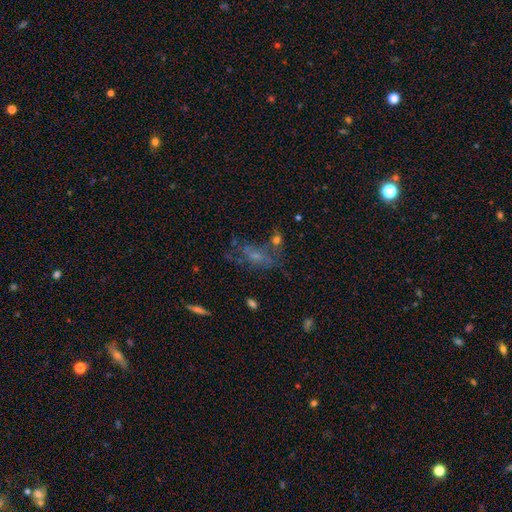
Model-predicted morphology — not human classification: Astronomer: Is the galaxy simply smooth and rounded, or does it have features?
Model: featured or disk — 44% (runner-up: smooth, 36%).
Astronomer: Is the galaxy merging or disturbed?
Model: none — 42% (runner-up: major disturbance, 23%).